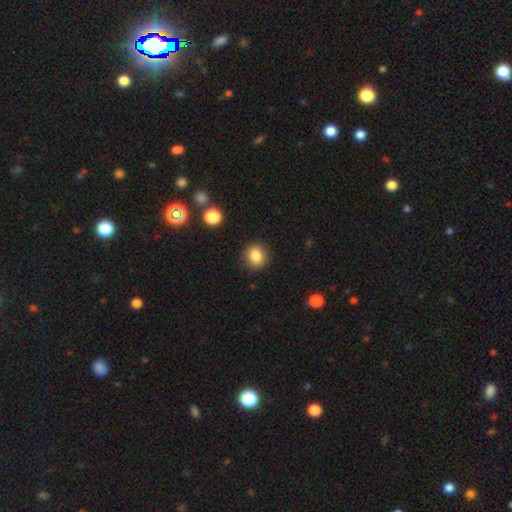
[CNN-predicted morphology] smooth_or_featured: smooth (p=0.85) [alt: star or artifact p=0.10]
how_rounded: round (p=0.76) [alt: in between p=0.23]
merging: none (p=0.88) [alt: minor disturbance p=0.08]